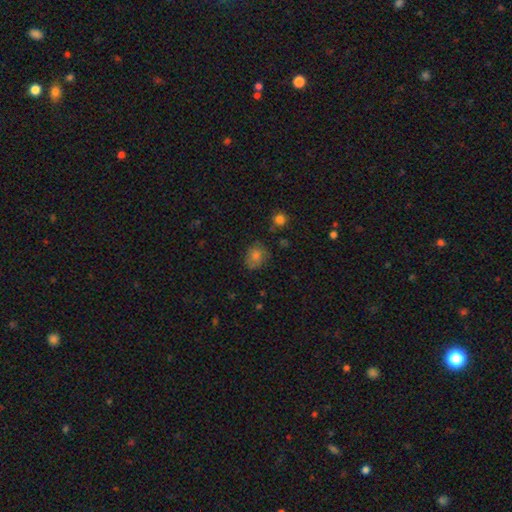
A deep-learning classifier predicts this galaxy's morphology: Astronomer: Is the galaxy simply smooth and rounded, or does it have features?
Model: smooth — 72%.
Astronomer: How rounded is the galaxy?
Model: round — 58% (runner-up: in between, 41%).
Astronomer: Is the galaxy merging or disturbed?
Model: none — 75%.